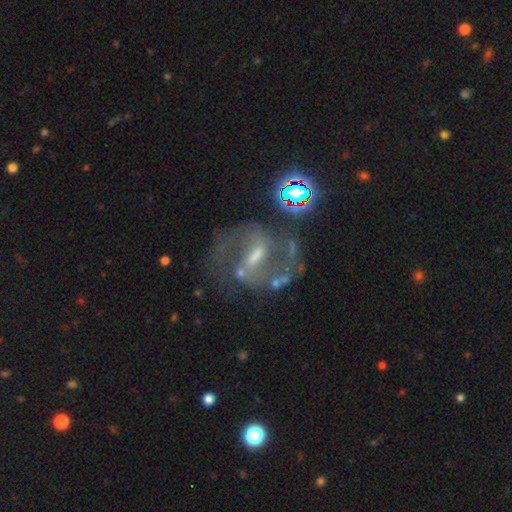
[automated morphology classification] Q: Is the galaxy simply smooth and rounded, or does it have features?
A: featured or disk — 80%.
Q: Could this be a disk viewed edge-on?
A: no — 96%.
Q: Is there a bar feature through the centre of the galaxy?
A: strong — 44%, tied with weak.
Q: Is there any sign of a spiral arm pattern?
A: yes — 93%.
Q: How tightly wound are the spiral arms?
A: medium — 58%.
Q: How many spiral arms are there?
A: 2 — 89%.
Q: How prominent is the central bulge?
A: moderate — 39%.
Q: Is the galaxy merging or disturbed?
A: none — 66%.